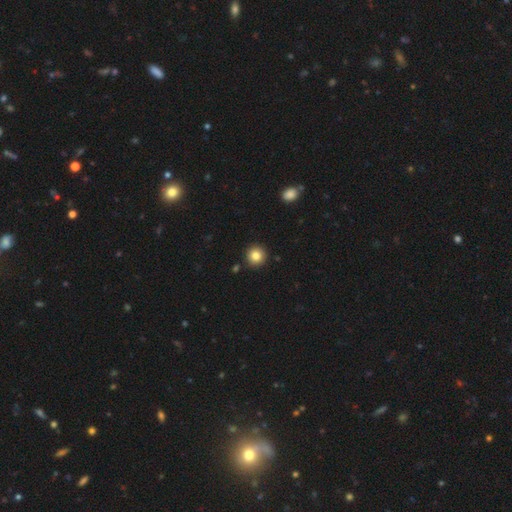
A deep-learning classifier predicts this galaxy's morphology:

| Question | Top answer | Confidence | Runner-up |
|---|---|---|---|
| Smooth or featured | smooth | 84% | star or artifact (10%) |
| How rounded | round | 95% | in between (4%) |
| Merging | none | 91% | minor disturbance (5%) |